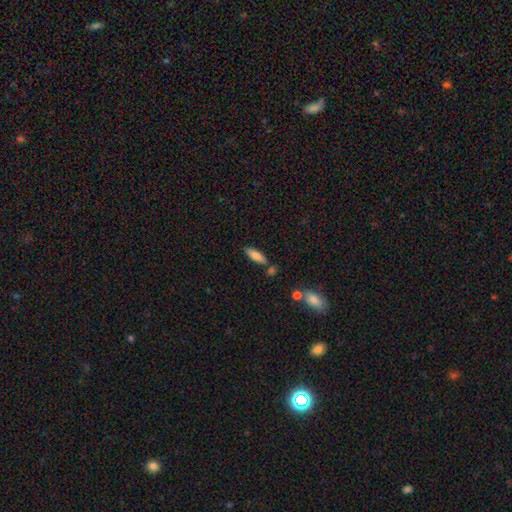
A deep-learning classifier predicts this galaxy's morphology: Q: Smooth or featured?
A: smooth (76%); runner-up: featured or disk (17%)
Q: How rounded?
A: in between (55%); runner-up: cigar-shaped (43%)
Q: Merging?
A: none (74%); runner-up: minor disturbance (14%)